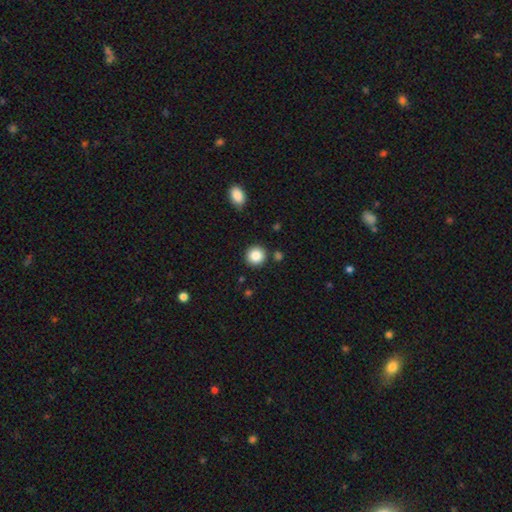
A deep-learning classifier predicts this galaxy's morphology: Overall: smooth (87%). How rounded: round (93%). Merging: none (88%).